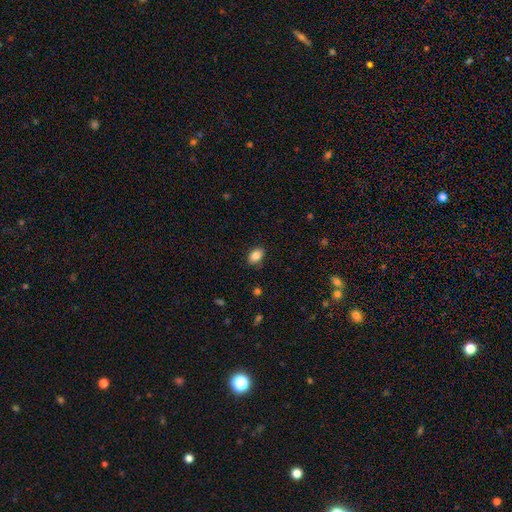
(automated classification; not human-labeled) A smooth galaxy with no disk features (86%) that is in between round and cigar-shaped (83%). Merging: none (84%).